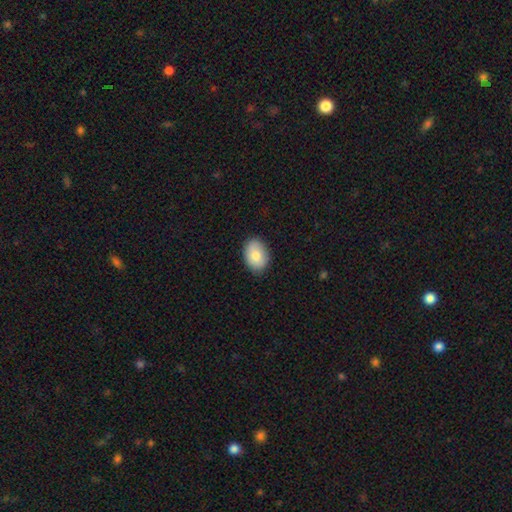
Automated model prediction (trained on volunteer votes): The model was most divided on "how rounded": in between: 79%, round: 20%, cigar-shaped: 1%. More confident: merging — none (84%); smooth or featured — smooth (81%).